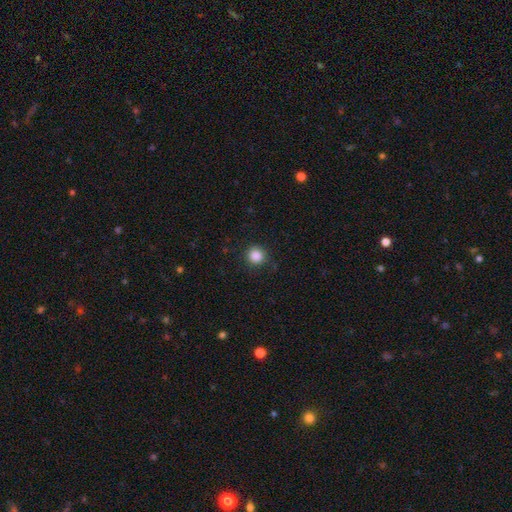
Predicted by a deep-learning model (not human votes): This appears to be a smooth galaxy with no disk features (86%) that is round (93%). Merging: none (86%).